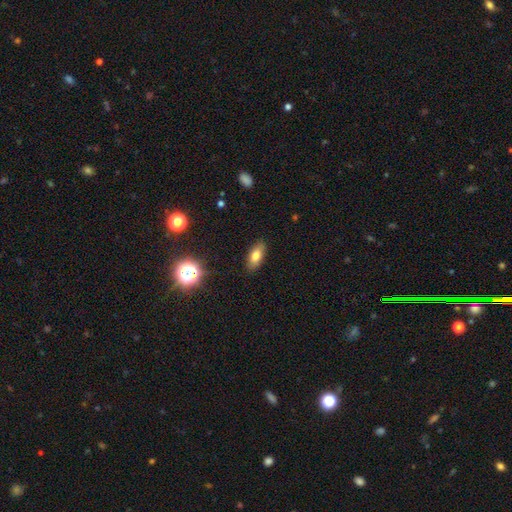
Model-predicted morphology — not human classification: This is likely a smooth galaxy (75%). How rounded: clearly in between (81%). Merging: clearly none (87%).